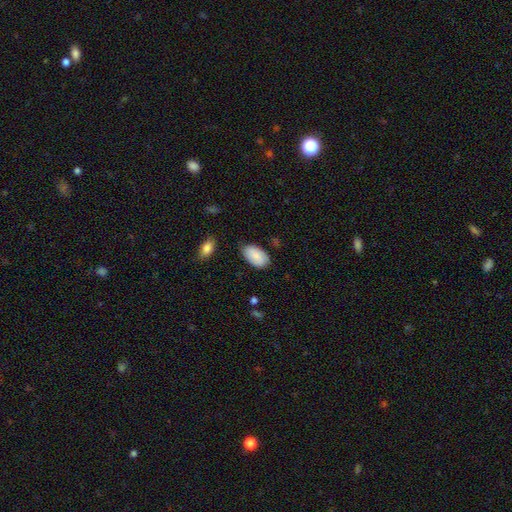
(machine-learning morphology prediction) smooth-or-featured: smooth: 85% | featured or disk: 8% | star or artifact: 6%
  how-rounded: in between: 95% | round: 4% | cigar-shaped: 1%
  merging: none: 76% | minor disturbance: 18% | major disturbance: 3% | merger: 2%